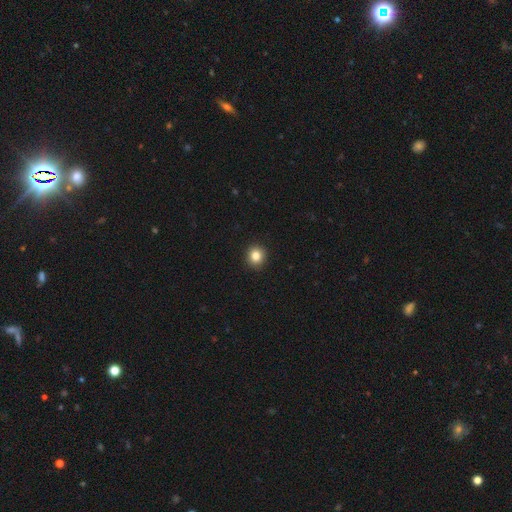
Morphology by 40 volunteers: smooth 90%, star or artifact 8%, featured or disk 2%. Down the decision tree: how rounded — round (92%); merging — none (92%).